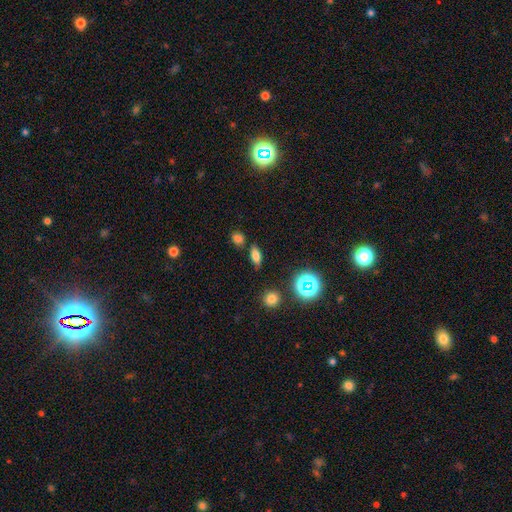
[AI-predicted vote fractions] Q: Smooth or featured?
A: smooth (71%); runner-up: star or artifact (17%)
Q: How rounded?
A: in between (71%); runner-up: cigar-shaped (20%)
Q: Merging?
A: none (77%); runner-up: minor disturbance (12%)